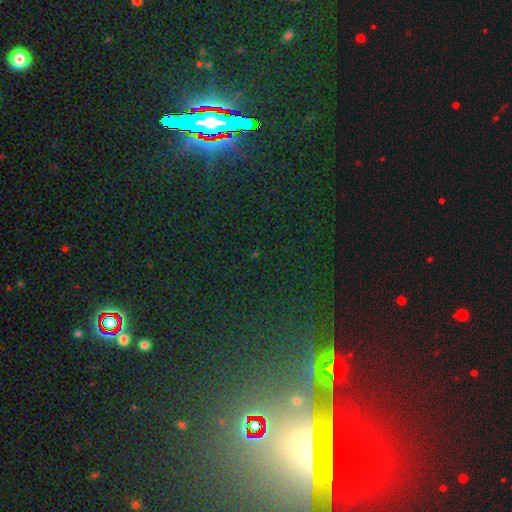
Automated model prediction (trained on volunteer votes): smooth_or_featured: star or artifact (p=0.80) [alt: smooth p=0.11]